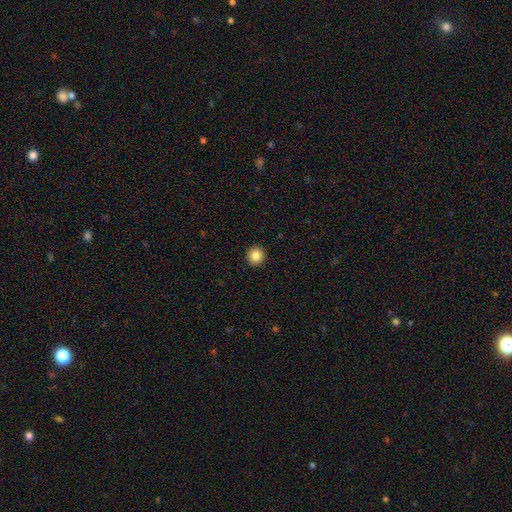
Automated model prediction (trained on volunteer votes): This is clearly a smooth galaxy (85%). How rounded: clearly round (95%). Merging: clearly none (94%).